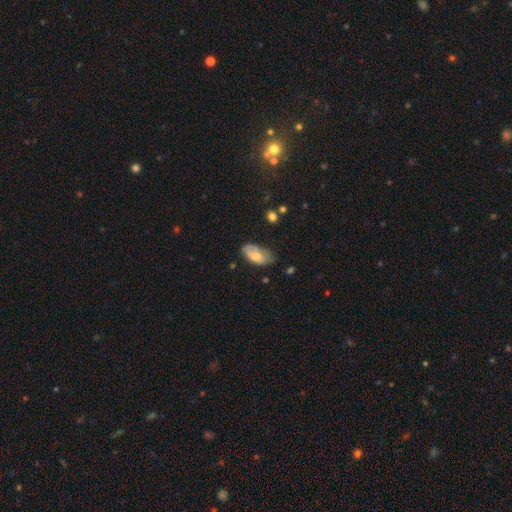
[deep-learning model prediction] Q: Smooth or featured?
A: smooth (63%); runner-up: featured or disk (30%)
Q: How rounded?
A: in between (93%); runner-up: round (4%)
Q: Merging?
A: none (42%); runner-up: minor disturbance (39%)